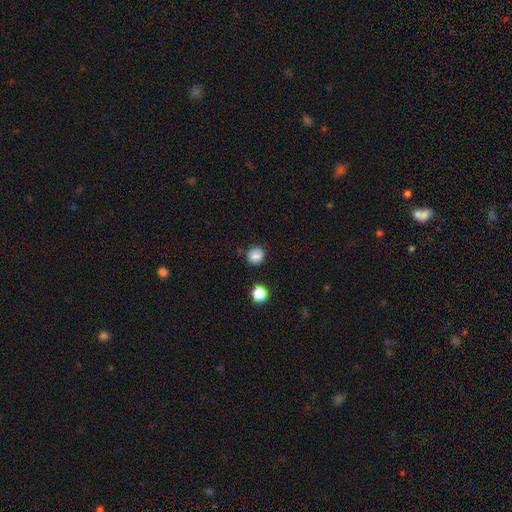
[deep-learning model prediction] Smooth or featured? Predicted: smooth (p=0.86). How rounded? Predicted: round (p=0.87). Merging? Predicted: none (p=0.85).